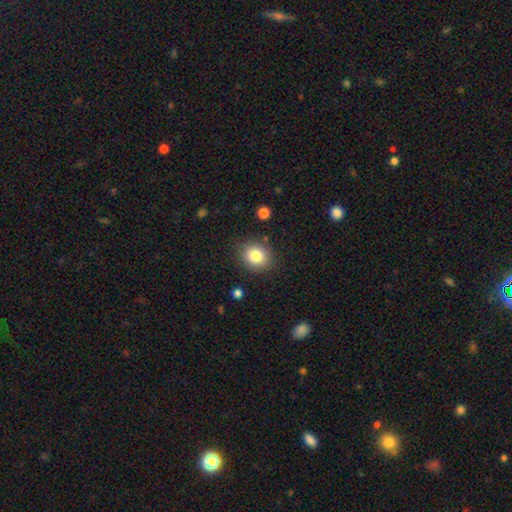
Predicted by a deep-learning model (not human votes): Smooth or featured? smooth (82%)
How rounded? round (73%)
Merging? none (86%)